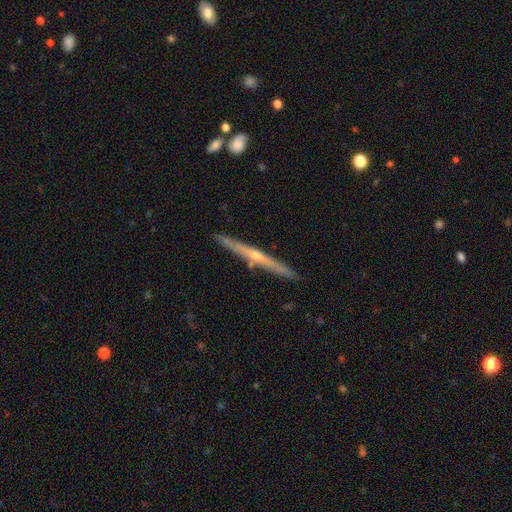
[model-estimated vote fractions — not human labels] Q: Smooth or featured?
A: featured or disk (69%); runner-up: smooth (25%)
Q: Edge-on disk?
A: yes (97%); runner-up: no (3%)
Q: Edge-on bulge?
A: rounded (66%); runner-up: none (31%)
Q: Merging?
A: none (88%); runner-up: minor disturbance (7%)